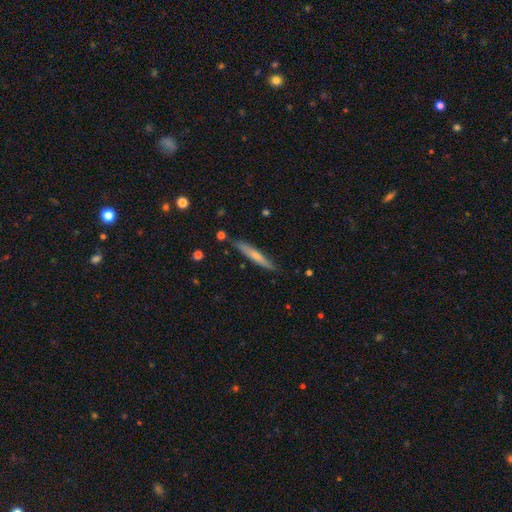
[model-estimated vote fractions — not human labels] smooth-or-featured: smooth: 63% | featured or disk: 31% | star or artifact: 6%
  how-rounded: cigar-shaped: 94% | in between: 5% | round: 1%
  merging: none: 85% | minor disturbance: 11% | merger: 2% | major disturbance: 2%